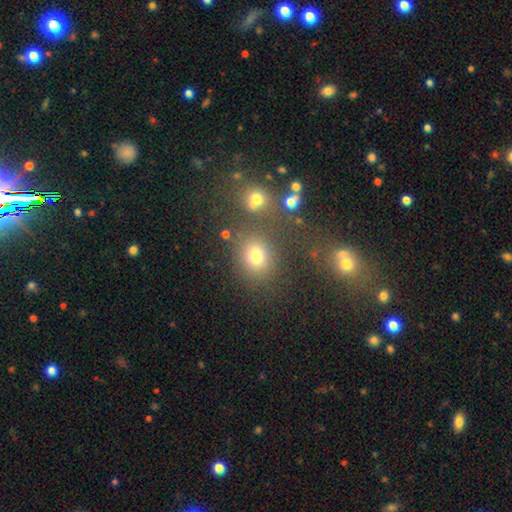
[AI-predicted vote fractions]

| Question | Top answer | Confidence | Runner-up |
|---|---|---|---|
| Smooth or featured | smooth | 72% | star or artifact (19%) |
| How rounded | round | 73% | in between (26%) |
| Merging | none | 73% | merger (11%) |